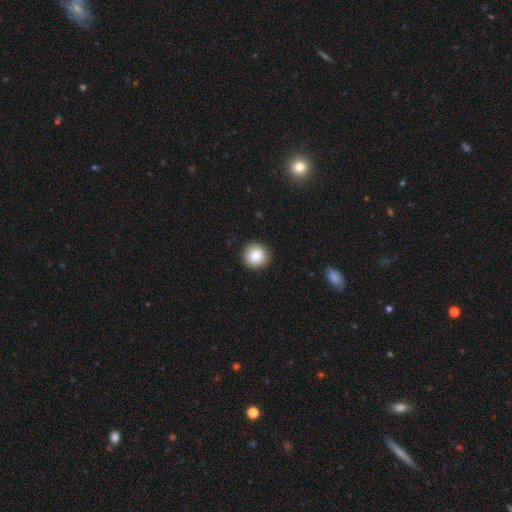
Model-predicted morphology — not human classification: type=smooth (87%); roundness=round (91%); merging=none (90%).